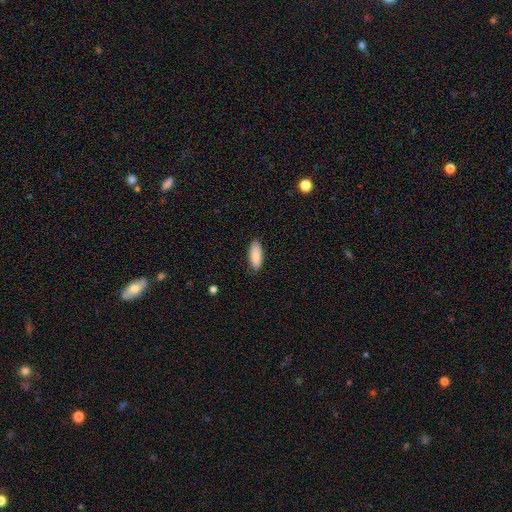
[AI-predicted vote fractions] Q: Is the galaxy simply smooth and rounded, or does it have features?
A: smooth — 87%.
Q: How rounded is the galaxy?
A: in between — 74%.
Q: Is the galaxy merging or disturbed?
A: none — 84%.